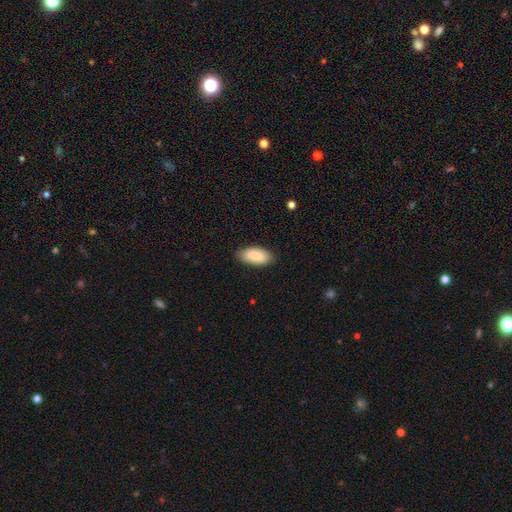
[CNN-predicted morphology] smooth_or_featured: smooth (p=0.86) [alt: featured or disk p=0.08]
how_rounded: in between (p=0.93) [alt: cigar-shaped p=0.05]
merging: none (p=0.85) [alt: minor disturbance p=0.12]